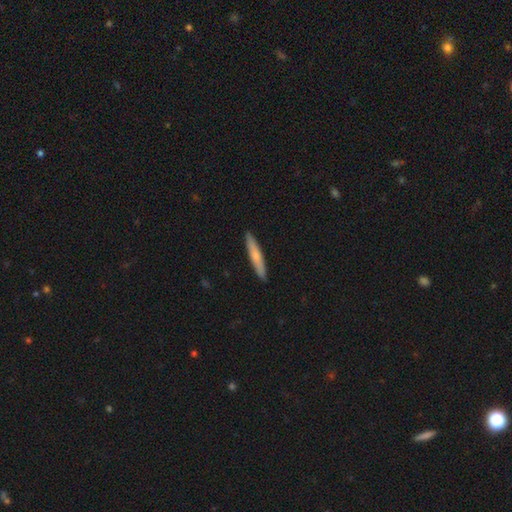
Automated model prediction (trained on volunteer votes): Overall: smooth (63%; featured or disk 32%). How rounded: cigar-shaped (93%). Merging: none (92%).